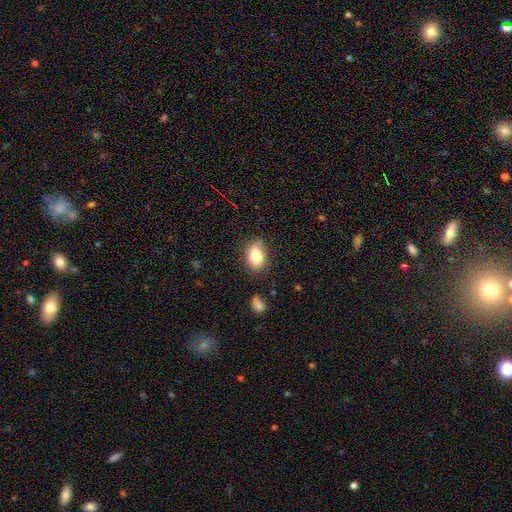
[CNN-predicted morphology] Smooth or featured? Predicted: smooth (p=0.81). How rounded? Predicted: in between (p=0.80). Merging? Predicted: none (p=0.70).